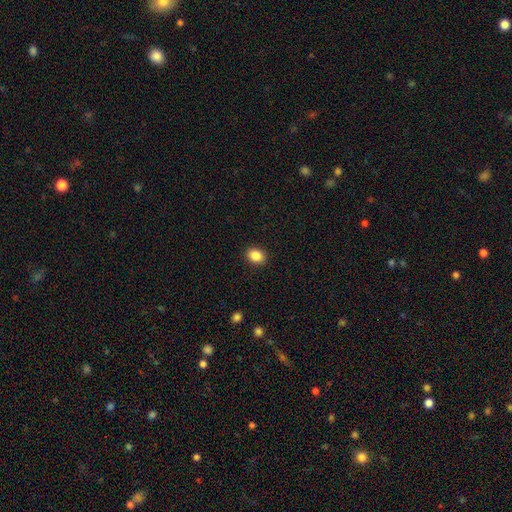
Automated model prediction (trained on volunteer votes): smooth-or-featured: smooth: 87% | star or artifact: 9% | featured or disk: 4%
  how-rounded: in between: 60% | round: 39% | cigar-shaped: 1%
  merging: none: 91% | minor disturbance: 6% | major disturbance: 2% | merger: 1%